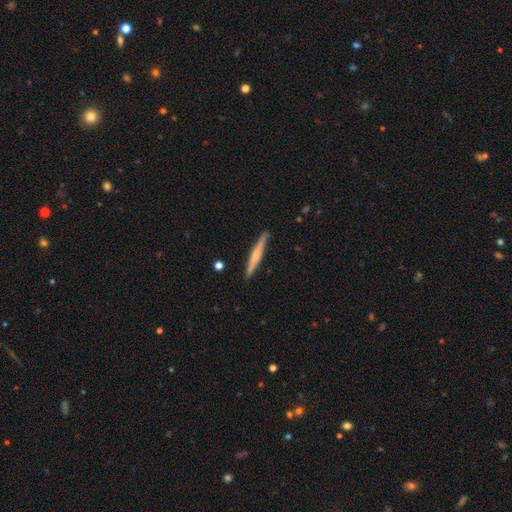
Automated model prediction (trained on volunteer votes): A featured or disk galaxy (55%) viewed edge-on (98%) with a rounded central bulge (55%).

Vote fractions:
- Smooth or featured? featured or disk: 55% / smooth: 39% / star or artifact: 5%
- Edge-on disk? yes: 98% / no: 2%
- Edge-on bulge? rounded: 55% / none: 27% / boxy: 18%
- Merging? none: 91% / minor disturbance: 7% / major disturbance: 1% / merger: 1%